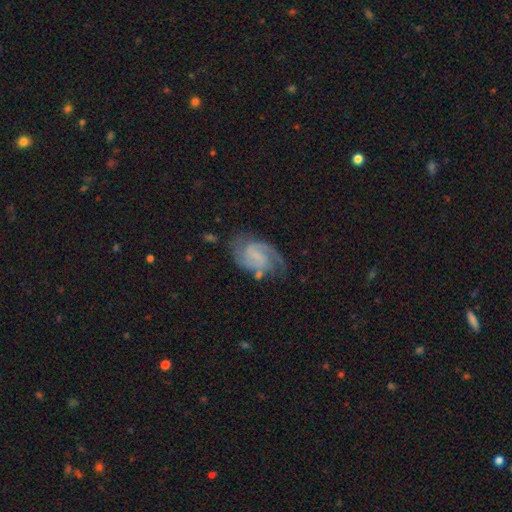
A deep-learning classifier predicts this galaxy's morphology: featured or disk 82%, smooth 11%, star or artifact 6%. Down the decision tree: edge-on disk — no (98%); bar — weak (48%); spiral arms — yes (96%); spiral arm count — 2 (82%); spiral winding — medium (49%); bulge size — none (54%); merging — none (66%).